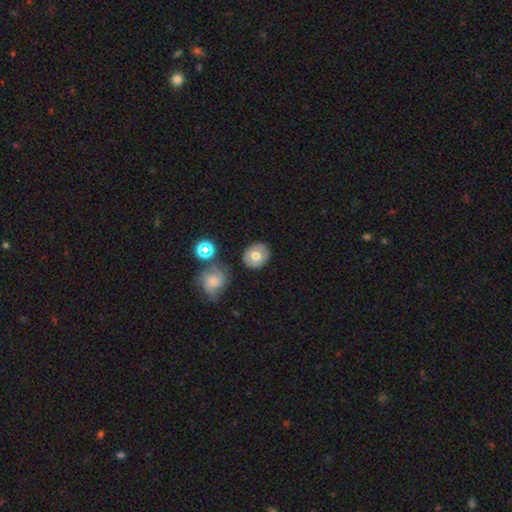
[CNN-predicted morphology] A smooth galaxy with no disk features (66%) that is round (81%). Merging: none (84%).